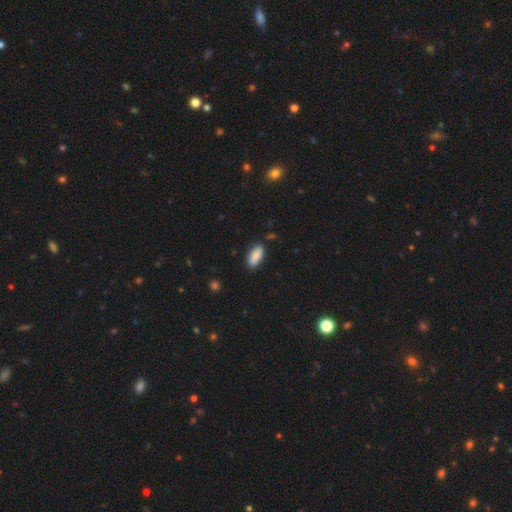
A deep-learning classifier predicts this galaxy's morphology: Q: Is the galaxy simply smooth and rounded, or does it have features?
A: smooth — 84%.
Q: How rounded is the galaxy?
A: in between — 88%.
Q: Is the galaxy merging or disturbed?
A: none — 83%.